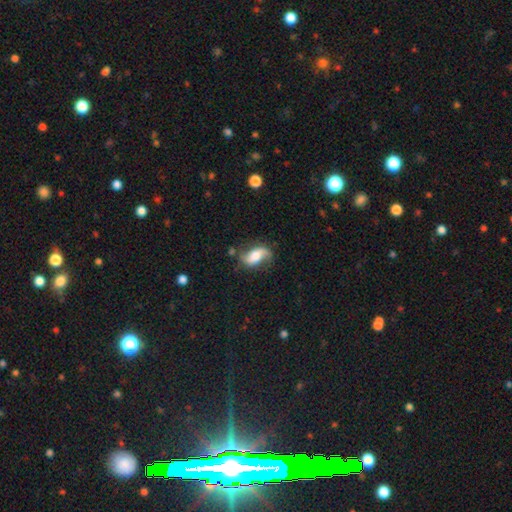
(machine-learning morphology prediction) Q: Smooth or featured?
A: featured or disk (56%); runner-up: smooth (36%)
Q: Edge-on disk?
A: no (93%); runner-up: yes (7%)
Q: Bar?
A: no (48%); runner-up: weak (32%)
Q: Spiral arms?
A: yes (86%); runner-up: no (14%)
Q: Bulge size?
A: moderate (49%); runner-up: large (26%)
Q: Merging?
A: none (61%); runner-up: minor disturbance (24%)